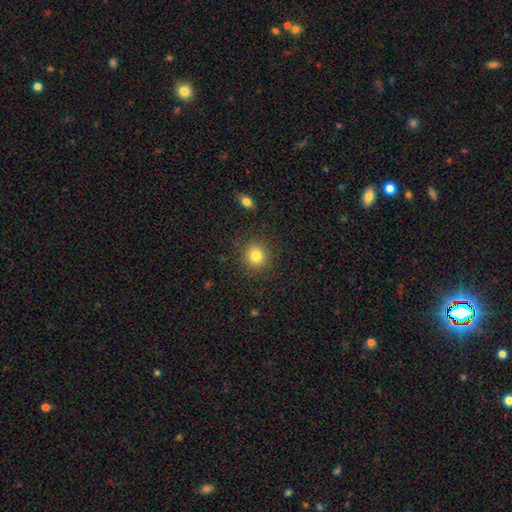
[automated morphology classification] smooth_or_featured: smooth (p=0.82) [alt: star or artifact p=0.11]
how_rounded: round (p=0.88) [alt: in between p=0.11]
merging: none (p=0.88) [alt: minor disturbance p=0.08]